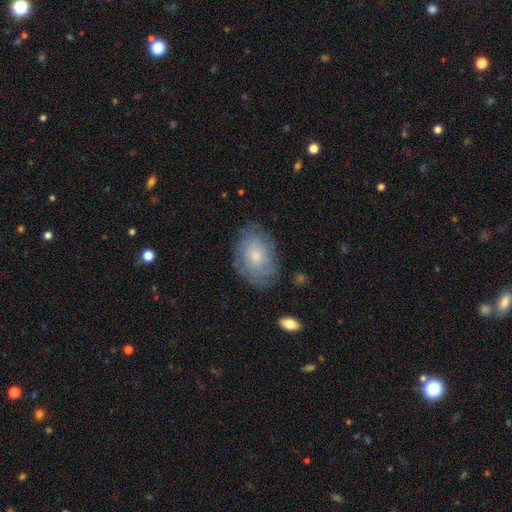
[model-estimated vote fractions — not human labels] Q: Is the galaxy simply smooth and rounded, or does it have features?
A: featured or disk — 50%.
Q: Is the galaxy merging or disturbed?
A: none — 76%.